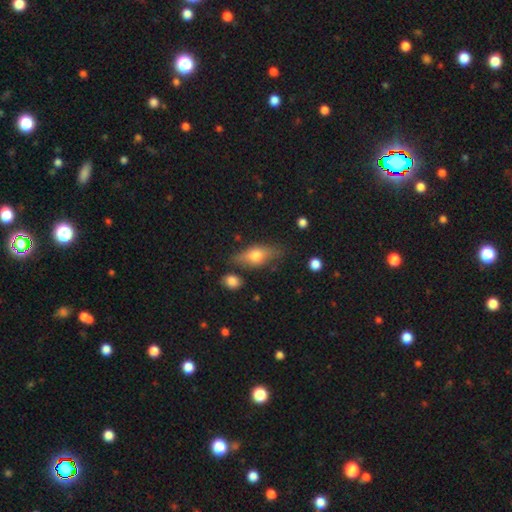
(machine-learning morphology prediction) This is possibly a smooth galaxy (59%). How rounded: likely in between (74%). Merging: likely none (71%).